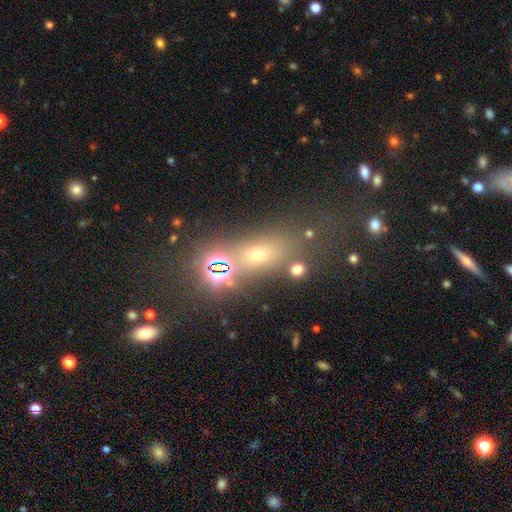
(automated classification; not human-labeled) A smooth galaxy with no disk features (44%). Merging: none (54%).